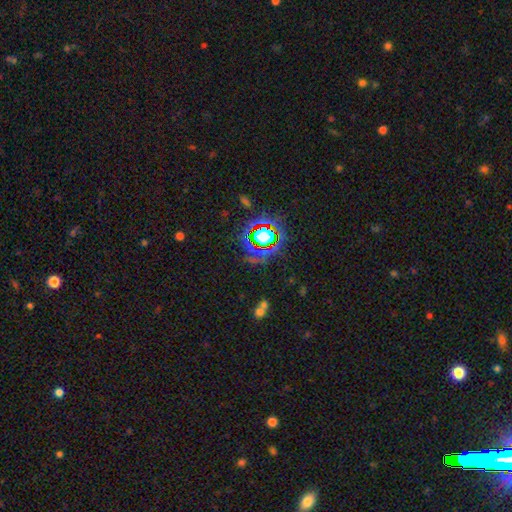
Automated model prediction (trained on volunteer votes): Overall: star or artifact (74%).